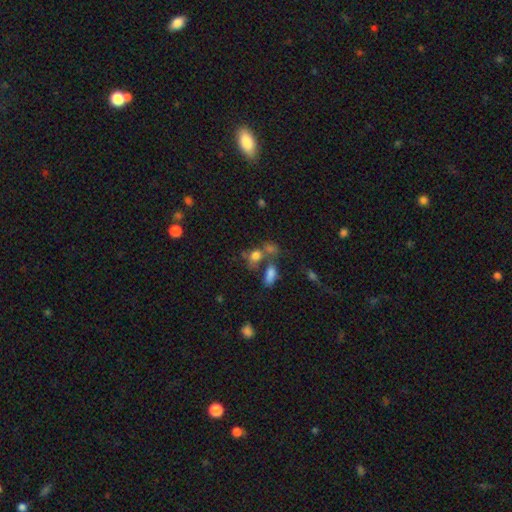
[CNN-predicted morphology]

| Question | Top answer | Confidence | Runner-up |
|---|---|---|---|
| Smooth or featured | smooth | 72% | star or artifact (14%) |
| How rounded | in between | 61% | round (36%) |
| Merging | merger | 42% | none (35%) |